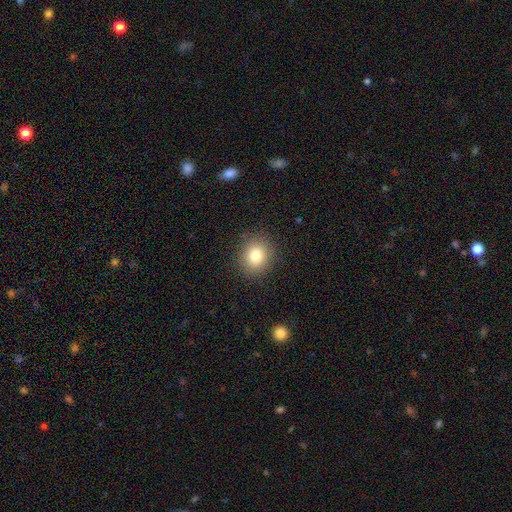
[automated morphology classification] smooth-or-featured: smooth: 82% | star or artifact: 11% | featured or disk: 8%
  how-rounded: round: 76% | in between: 23% | cigar-shaped: 1%
  merging: none: 88% | minor disturbance: 8% | major disturbance: 3% | merger: 1%